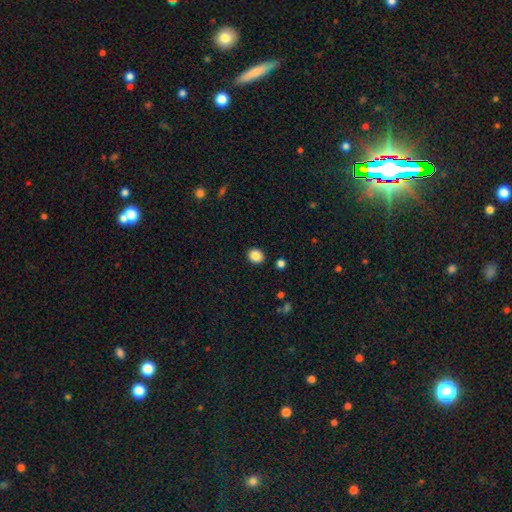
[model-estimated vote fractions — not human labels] Morphology: type=smooth (86%); roundness=round (69%); merging=none (90%).